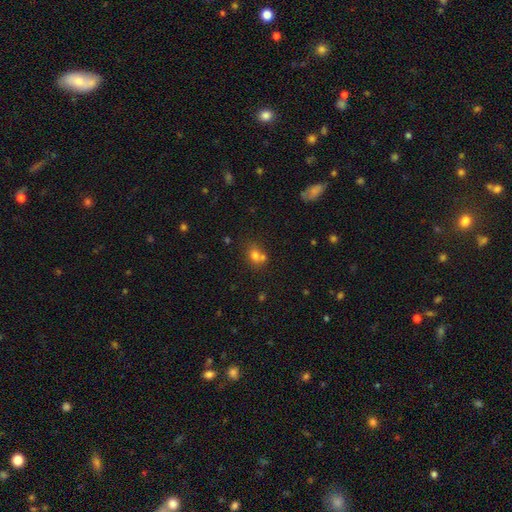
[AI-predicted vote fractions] Morphology: type=smooth (72%); roundness=round (59%); merging=none (43%).